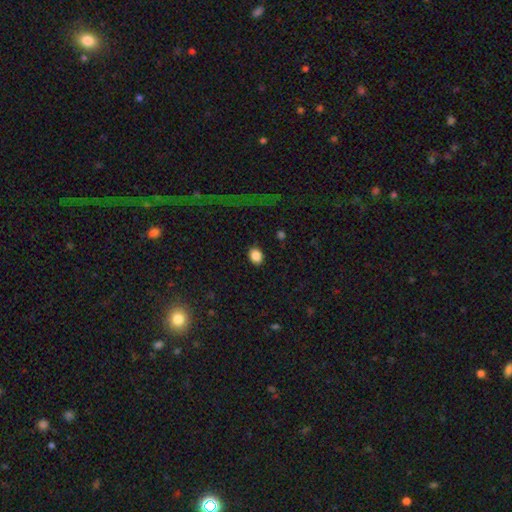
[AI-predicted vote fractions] Q: Smooth or featured?
A: smooth (86%); runner-up: star or artifact (9%)
Q: How rounded?
A: in between (52%); runner-up: round (47%)
Q: Merging?
A: none (89%); runner-up: minor disturbance (8%)